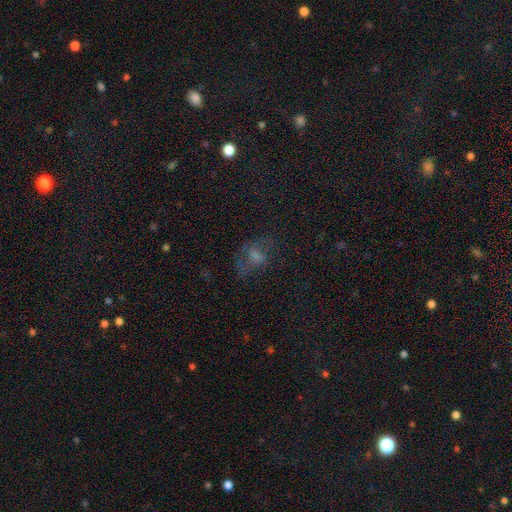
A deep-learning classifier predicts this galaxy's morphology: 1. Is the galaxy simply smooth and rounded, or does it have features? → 39% smooth, 31% featured or disk, 30% star or artifact.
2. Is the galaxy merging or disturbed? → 51% none, 26% major disturbance, 20% minor disturbance, 3% merger.